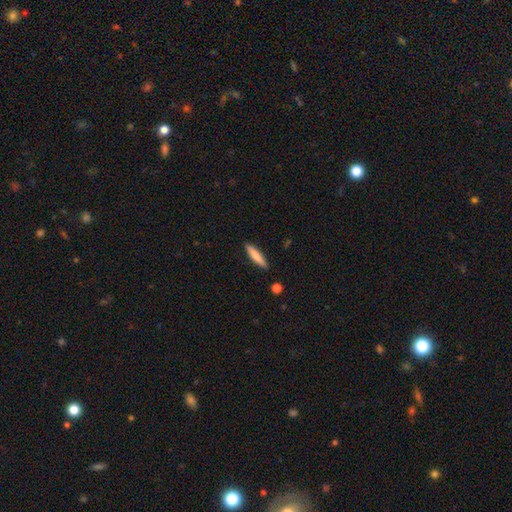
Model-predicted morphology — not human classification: This appears to be a smooth galaxy with no disk features (80%) that is cigar-shaped (86%). Merging: none (89%).